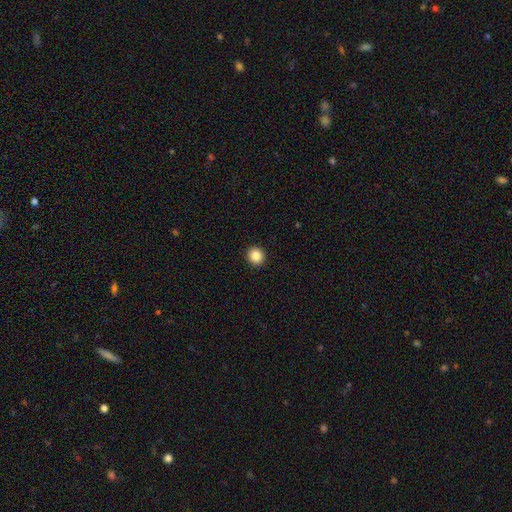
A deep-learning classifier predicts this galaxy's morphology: Smooth or featured? Predicted: smooth (p=0.85). How rounded? Predicted: round (p=0.90). Merging? Predicted: none (p=0.93).